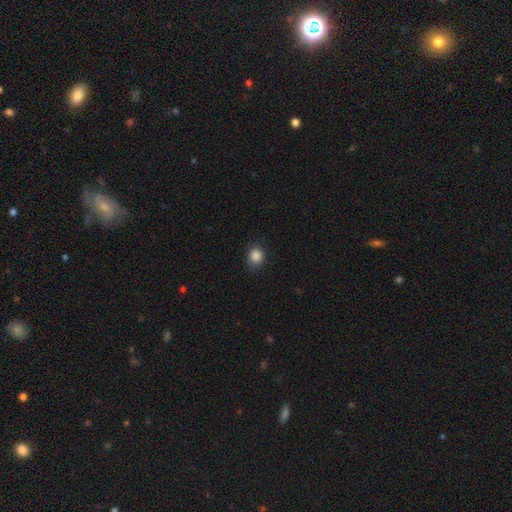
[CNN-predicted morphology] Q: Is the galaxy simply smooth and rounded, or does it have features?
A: smooth — 87%.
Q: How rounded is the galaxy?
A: round — 76%.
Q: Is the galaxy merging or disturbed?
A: none — 82%.